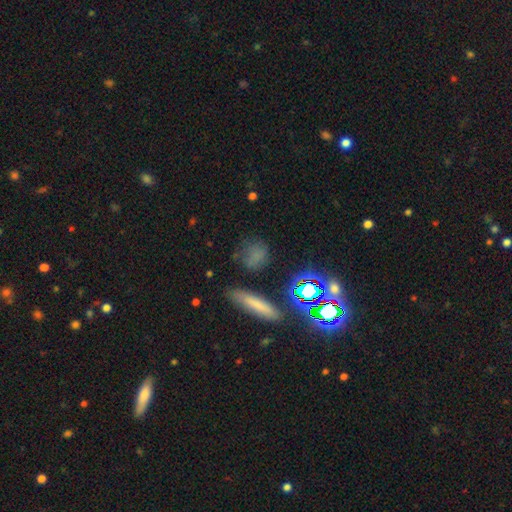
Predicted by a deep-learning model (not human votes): A smooth galaxy with no disk features (64%) that is round (50%). Merging: none (70%).